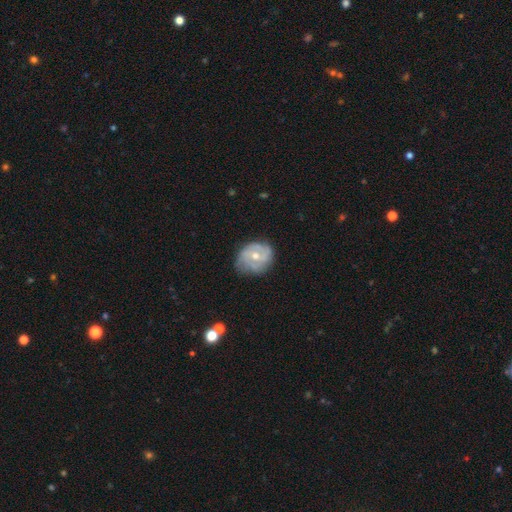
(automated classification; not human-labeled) Smooth or featured? Predicted: featured or disk (p=0.71). Edge-on disk? Predicted: no (p=0.97). Bar? Predicted: no (p=0.66). Spiral arms? Predicted: yes (p=0.83). Spiral winding? Predicted: tight (p=0.50). Spiral arm count? Predicted: can't tell (p=0.31). Bulge size? Predicted: moderate (p=0.64). Merging? Predicted: none (p=0.63).